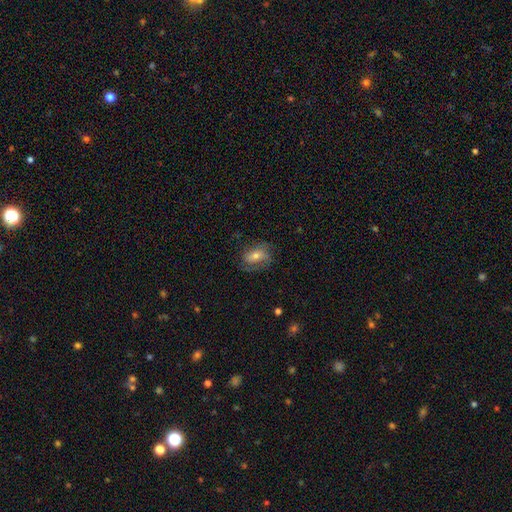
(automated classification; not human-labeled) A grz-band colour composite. It shows a featured or disk galaxy (49%). Merging: none (67%).